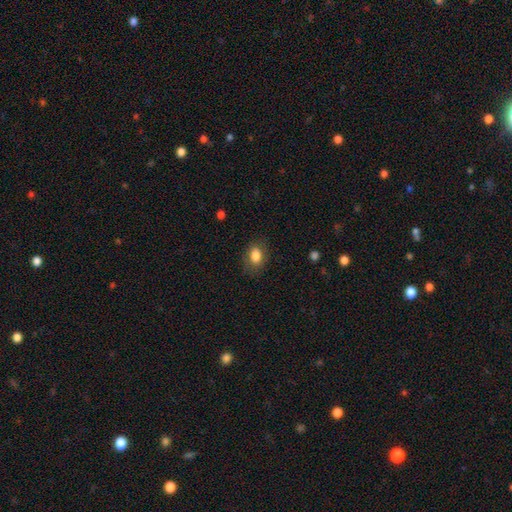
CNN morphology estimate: Smooth or featured: smooth — 83% (featured or disk — 9%)
How rounded: in between — 73% (round — 25%)
Merging: none — 80% (minor disturbance — 14%)